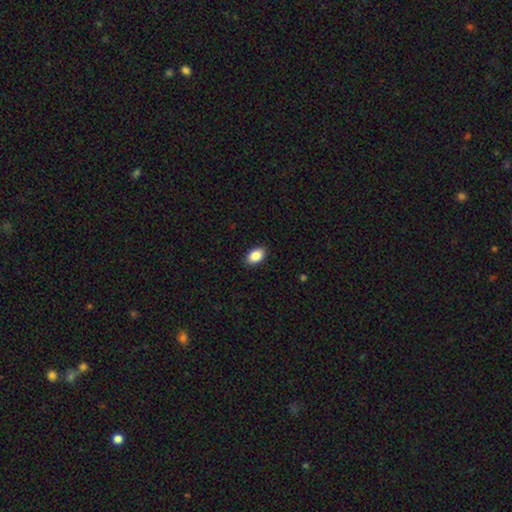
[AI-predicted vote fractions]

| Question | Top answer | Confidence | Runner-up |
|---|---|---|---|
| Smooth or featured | smooth | 88% | star or artifact (7%) |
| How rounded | in between | 90% | round (9%) |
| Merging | none | 89% | minor disturbance (8%) |